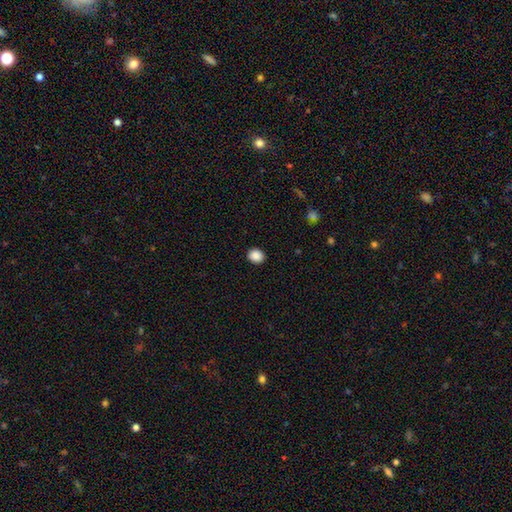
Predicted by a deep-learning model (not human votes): The model was most divided on "how rounded": round: 74%, in between: 25%, cigar-shaped: 1%. More confident: merging — none (91%); smooth or featured — smooth (88%).